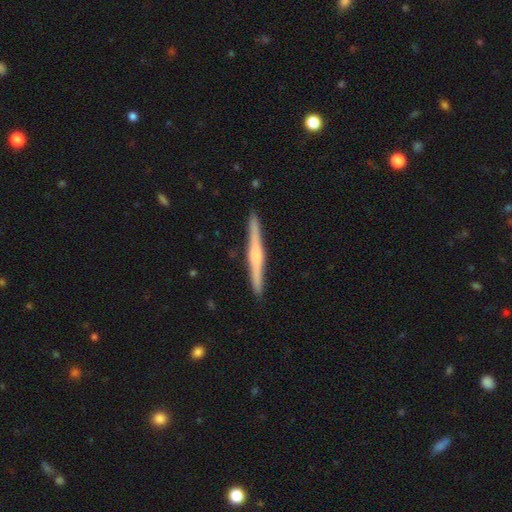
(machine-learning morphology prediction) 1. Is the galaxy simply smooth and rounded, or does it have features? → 71% featured or disk, 24% smooth, 5% star or artifact.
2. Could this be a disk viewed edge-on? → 98% yes, 2% no.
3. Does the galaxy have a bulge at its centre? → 67% rounded, 17% boxy, 16% none.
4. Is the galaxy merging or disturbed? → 92% none, 5% minor disturbance, 1% major disturbance, 1% merger.